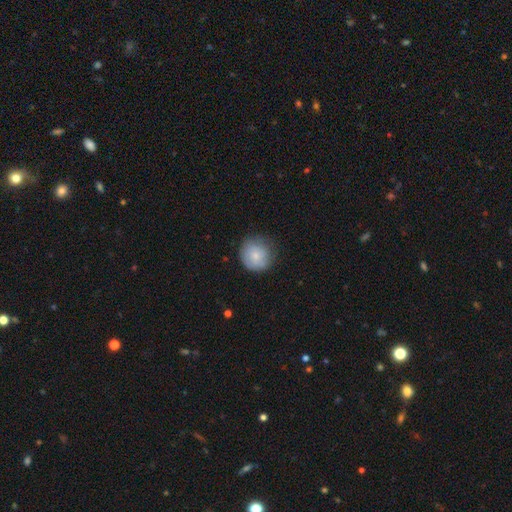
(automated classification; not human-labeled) Smooth or featured?
  - smooth: 77% *
  - featured or disk: 15%
  - star or artifact: 7%
How rounded?
  - round: 90% *
  - in between: 9%
  - cigar-shaped: 1%
Merging?
  - none: 73% *
  - minor disturbance: 20%
  - major disturbance: 5%
  - merger: 1%